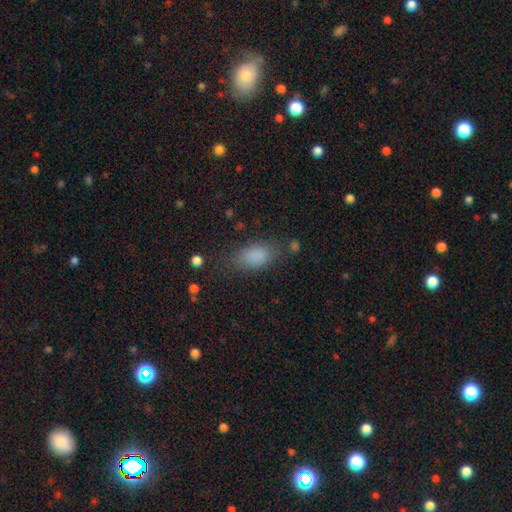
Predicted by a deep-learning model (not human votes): Smooth or featured?
  - smooth: 85% *
  - star or artifact: 9%
  - featured or disk: 6%
How rounded?
  - in between: 89% *
  - round: 7%
  - cigar-shaped: 4%
Merging?
  - none: 72% *
  - minor disturbance: 18%
  - major disturbance: 8%
  - merger: 3%